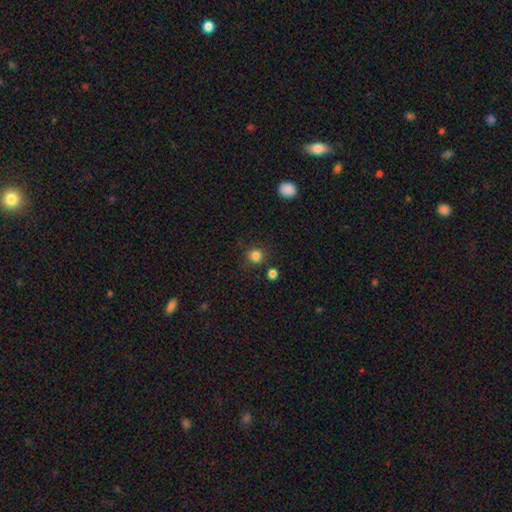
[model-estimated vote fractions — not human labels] A smooth galaxy with no disk features (83%) that is round (91%).

Vote fractions:
- Smooth or featured? smooth: 83% / star or artifact: 13% / featured or disk: 4%
- How rounded? round: 91% / in between: 8% / cigar-shaped: 1%
- Merging? none: 84% / minor disturbance: 8% / merger: 4% / major disturbance: 3%